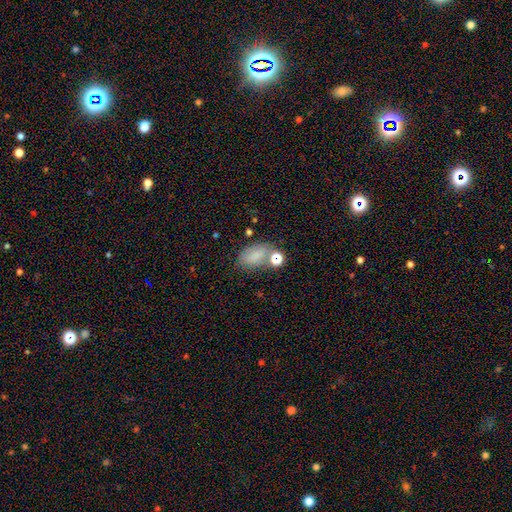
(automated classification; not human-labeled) Smooth or featured?
  - smooth: 75% *
  - star or artifact: 14%
  - featured or disk: 11%
How rounded?
  - in between: 87% *
  - round: 12%
  - cigar-shaped: 2%
Merging?
  - none: 56% *
  - minor disturbance: 18%
  - merger: 17%
  - major disturbance: 8%